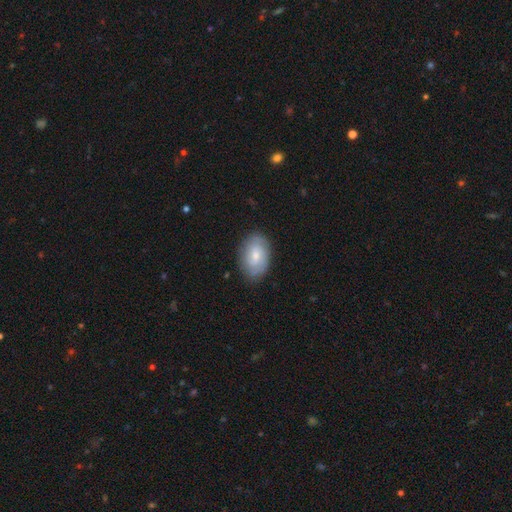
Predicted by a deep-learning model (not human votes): A smooth galaxy with no disk features (63%) that is in between round and cigar-shaped (86%).

Vote fractions:
- Smooth or featured? smooth: 63% / featured or disk: 31% / star or artifact: 6%
- How rounded? in between: 86% / round: 13% / cigar-shaped: 1%
- Merging? none: 81% / minor disturbance: 14% / major disturbance: 3% / merger: 1%